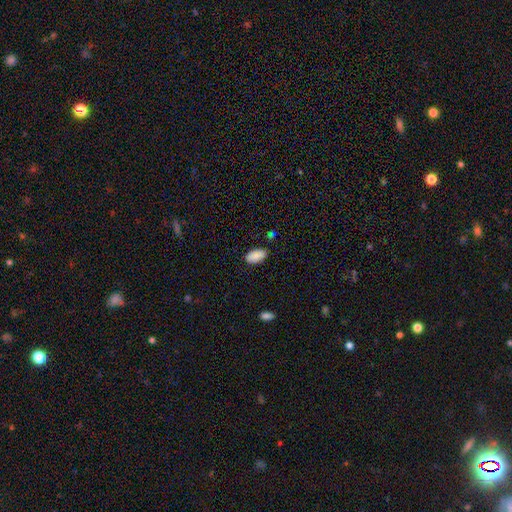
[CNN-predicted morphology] smooth-or-featured: smooth: 88% | star or artifact: 7% | featured or disk: 5%
  how-rounded: in between: 95% | round: 3% | cigar-shaped: 2%
  merging: none: 84% | minor disturbance: 12% | major disturbance: 2% | merger: 2%